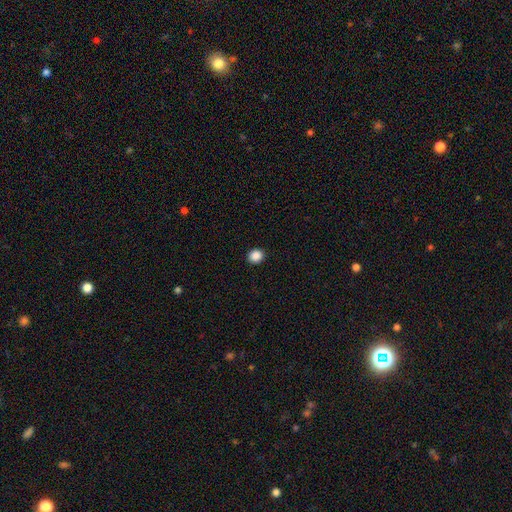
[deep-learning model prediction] Smooth or featured?
  - smooth: 88% *
  - star or artifact: 10%
  - featured or disk: 2%
How rounded?
  - round: 82% *
  - in between: 17%
  - cigar-shaped: 1%
Merging?
  - none: 92% *
  - minor disturbance: 5%
  - major disturbance: 2%
  - merger: 1%